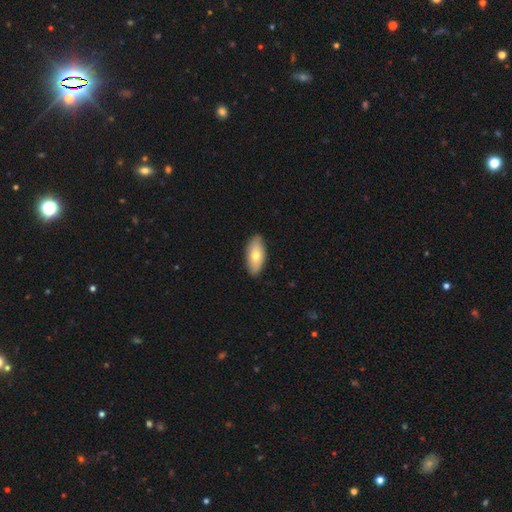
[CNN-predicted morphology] smooth_or_featured: smooth (p=0.71) [alt: featured or disk p=0.23]
how_rounded: in between (p=0.90) [alt: cigar-shaped p=0.07]
merging: none (p=0.87) [alt: minor disturbance p=0.10]